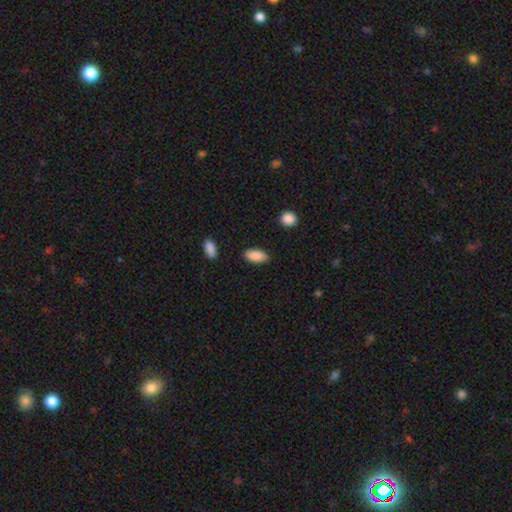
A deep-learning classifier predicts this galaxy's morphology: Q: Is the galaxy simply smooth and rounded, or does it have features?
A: smooth — 89%.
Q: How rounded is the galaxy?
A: in between — 91%.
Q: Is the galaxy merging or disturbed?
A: none — 85%.